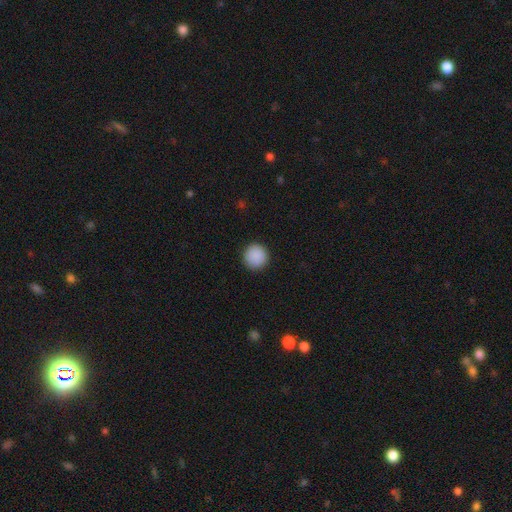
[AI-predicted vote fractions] Smooth or featured: smooth — 90% (star or artifact — 8%)
How rounded: round — 94% (in between — 5%)
Merging: none — 92% (minor disturbance — 5%)